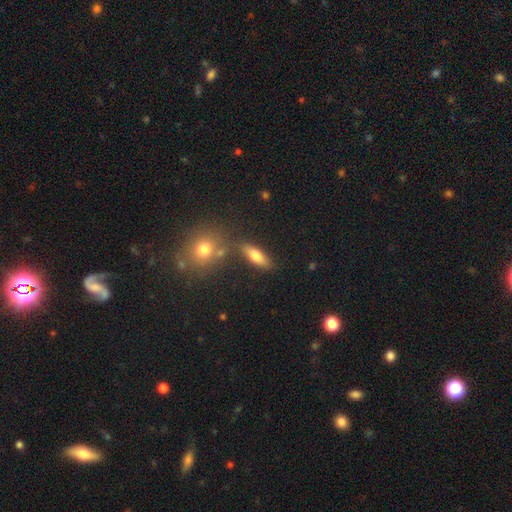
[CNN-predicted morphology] This is likely a smooth galaxy (71%). How rounded: likely in between (65%). Merging: likely none (75%).